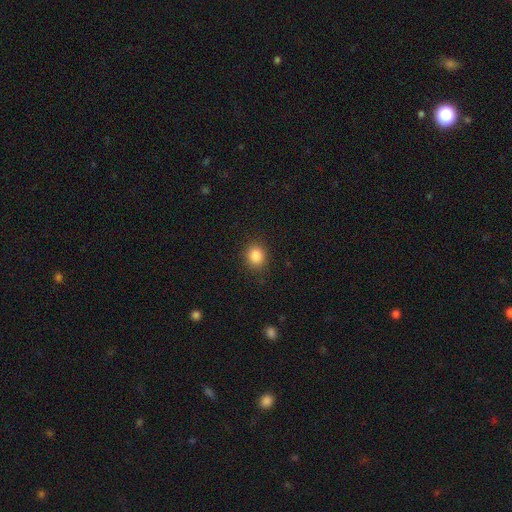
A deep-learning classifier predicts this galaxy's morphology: type=smooth (86%); roundness=round (71%); merging=none (88%).